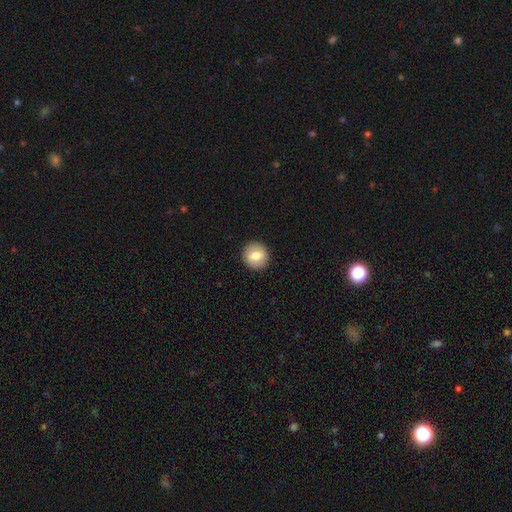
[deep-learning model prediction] This appears to be a smooth galaxy with no disk features (79%) that is round (92%). Merging: none (92%).